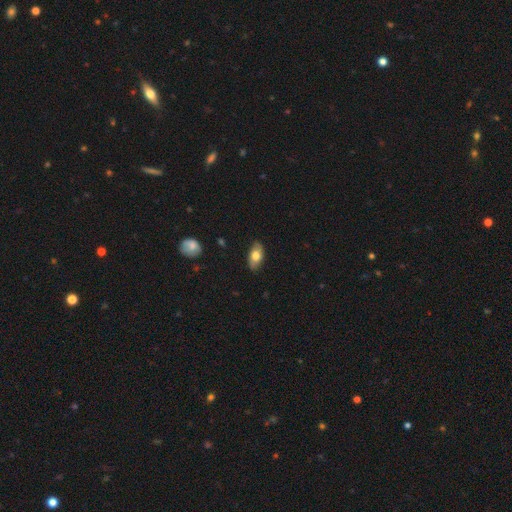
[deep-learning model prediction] A smooth galaxy with no disk features (72%) that is in between round and cigar-shaped (91%).

Vote fractions:
- Smooth or featured? smooth: 72% / featured or disk: 22% / star or artifact: 6%
- How rounded? in between: 91% / cigar-shaped: 5% / round: 5%
- Merging? none: 84% / minor disturbance: 13% / major disturbance: 2% / merger: 1%